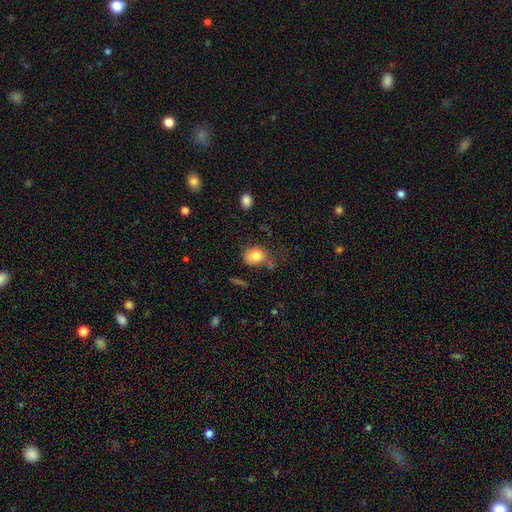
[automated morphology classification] Smooth or featured? smooth (80%)
How rounded? round (52%)
Merging? none (61%)